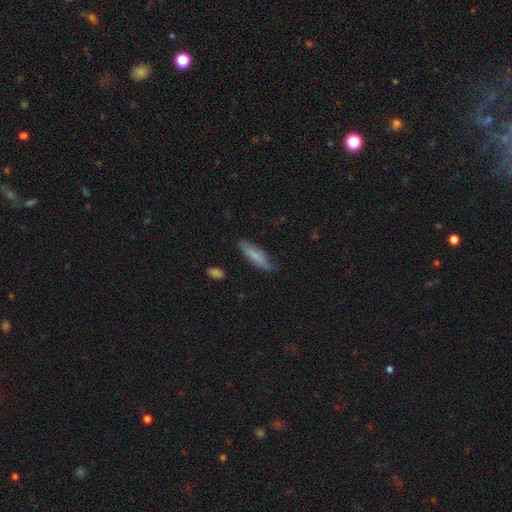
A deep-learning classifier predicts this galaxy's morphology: This is likely a smooth galaxy (72%). How rounded: possibly cigar-shaped (54%). Merging: likely none (71%).